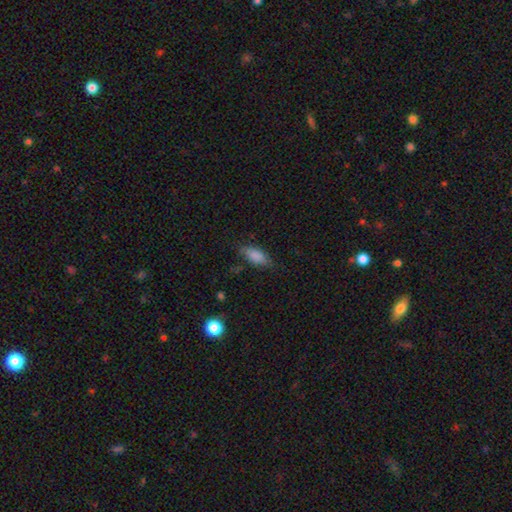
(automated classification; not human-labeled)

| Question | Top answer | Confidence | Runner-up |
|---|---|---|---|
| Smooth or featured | smooth | 83% | featured or disk (9%) |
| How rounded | in between | 84% | cigar-shaped (13%) |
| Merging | none | 69% | minor disturbance (23%) |